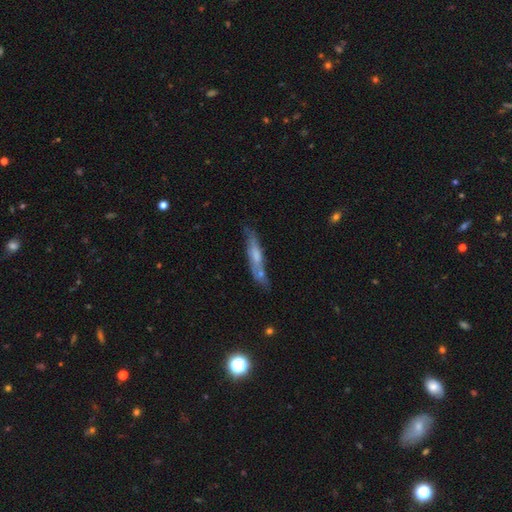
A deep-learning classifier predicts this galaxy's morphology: featured or disk 47%, smooth 46%, star or artifact 7%. Down the decision tree: merging — none (58%).